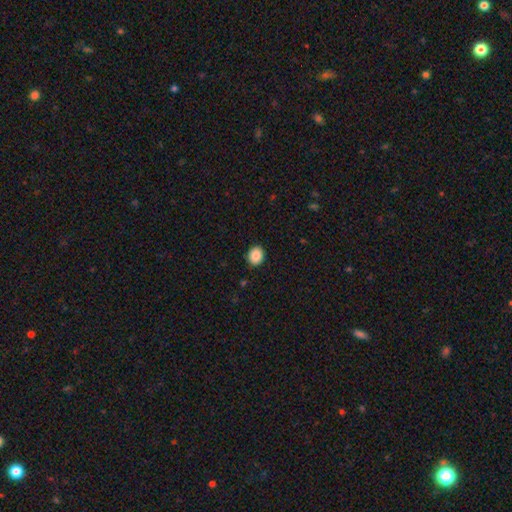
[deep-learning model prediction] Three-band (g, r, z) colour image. It shows a smooth galaxy with no disk features (88%) that is round (62%). Merging: none (90%).